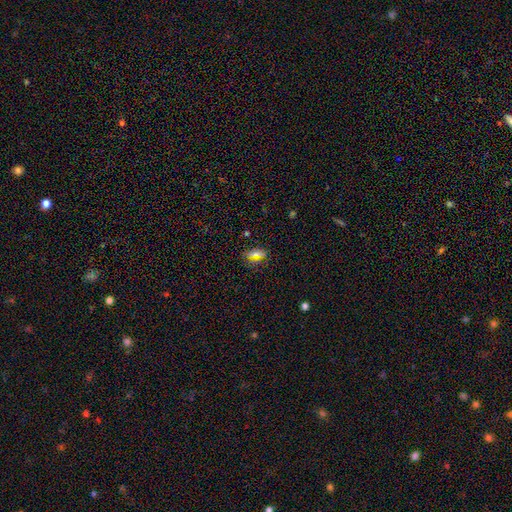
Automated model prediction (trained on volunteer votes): Smooth or featured?
  - smooth: 57% *
  - star or artifact: 31%
  - featured or disk: 12%
How rounded?
  - in between: 57% *
  - round: 29%
  - cigar-shaped: 14%
Merging?
  - none: 82% *
  - minor disturbance: 11%
  - major disturbance: 4%
  - merger: 2%